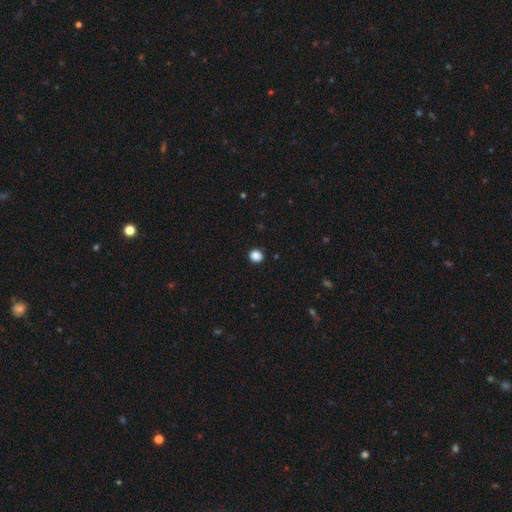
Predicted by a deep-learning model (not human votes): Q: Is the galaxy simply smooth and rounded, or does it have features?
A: smooth — 87%.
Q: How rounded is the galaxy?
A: round — 83%.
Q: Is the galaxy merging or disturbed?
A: none — 92%.